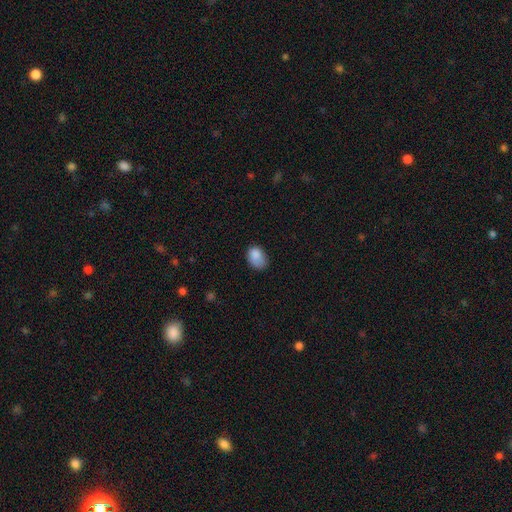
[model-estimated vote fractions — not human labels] smooth-or-featured: smooth: 84% | star or artifact: 8% | featured or disk: 7%
  how-rounded: in between: 74% | round: 25% | cigar-shaped: 1%
  merging: none: 51% | minor disturbance: 34% | major disturbance: 13% | merger: 2%